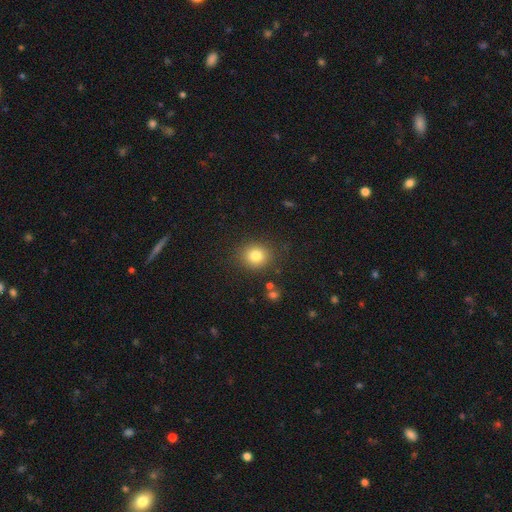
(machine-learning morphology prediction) A smooth galaxy with no disk features (81%) that is round (77%). Merging: none (86%).